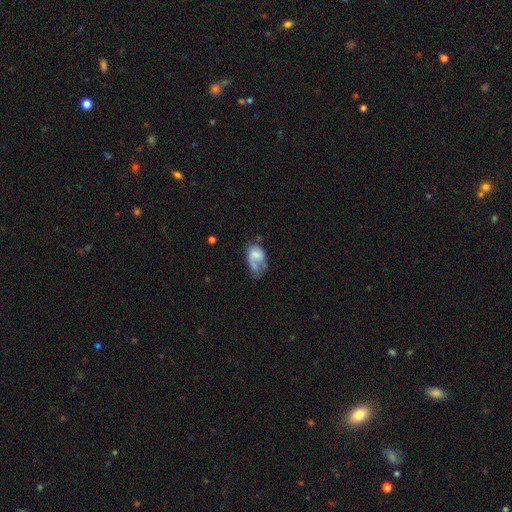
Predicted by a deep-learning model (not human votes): smooth 54%, featured or disk 38%, star or artifact 9%. Down the decision tree: how rounded — in between (85%); merging — major disturbance (34%).